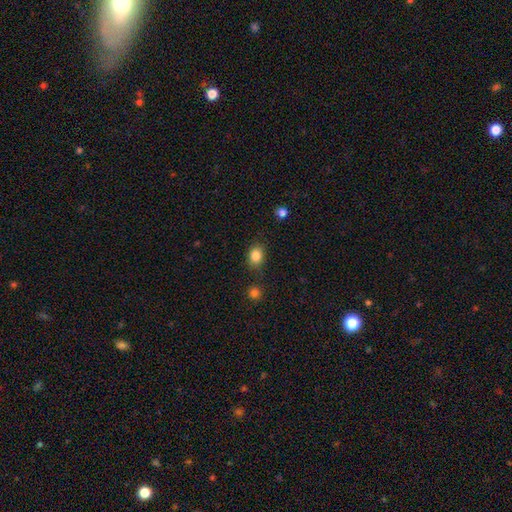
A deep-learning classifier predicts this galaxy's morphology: Smooth or featured: smooth — 85% (star or artifact — 10%)
How rounded: in between — 55% (round — 44%)
Merging: none — 80% (minor disturbance — 13%)